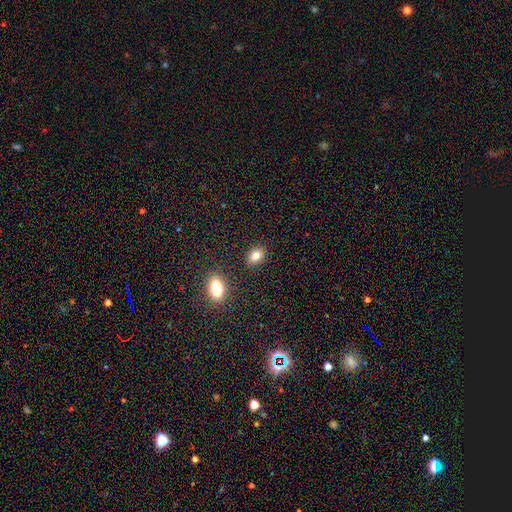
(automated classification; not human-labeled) Smooth or featured: smooth — 80% (star or artifact — 11%)
How rounded: in between — 75% (round — 23%)
Merging: none — 86% (minor disturbance — 9%)